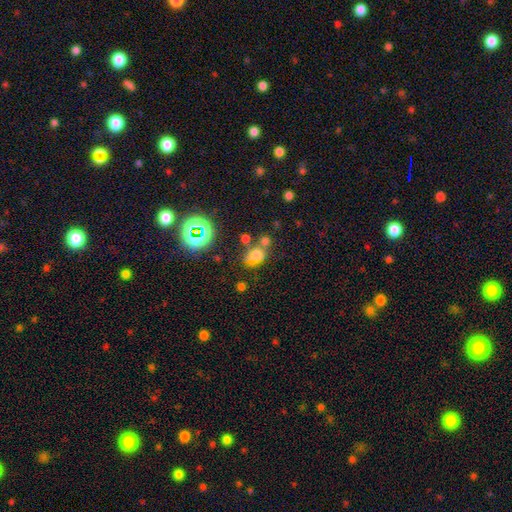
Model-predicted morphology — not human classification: Smooth or featured?
  - smooth: 62% *
  - star or artifact: 25%
  - featured or disk: 13%
How rounded?
  - in between: 54% *
  - round: 45%
  - cigar-shaped: 2%
Merging?
  - none: 44% *
  - merger: 27%
  - minor disturbance: 18%
  - major disturbance: 11%